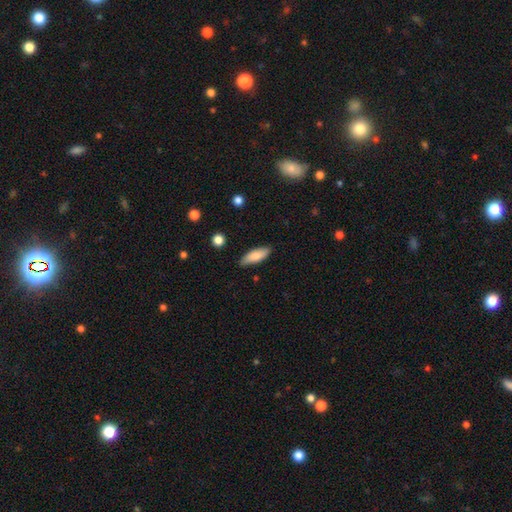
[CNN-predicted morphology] smooth_or_featured: smooth (p=0.81) [alt: featured or disk p=0.13]
how_rounded: in between (p=0.66) [alt: cigar-shaped p=0.32]
merging: none (p=0.83) [alt: minor disturbance p=0.14]